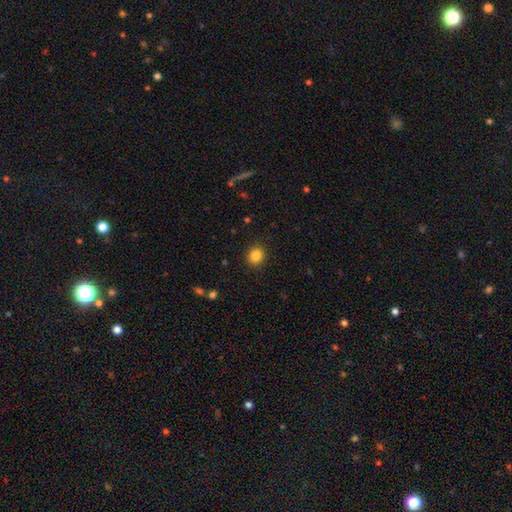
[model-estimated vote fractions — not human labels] Q: Smooth or featured?
A: smooth (84%); runner-up: star or artifact (11%)
Q: How rounded?
A: round (82%); runner-up: in between (17%)
Q: Merging?
A: none (90%); runner-up: minor disturbance (6%)